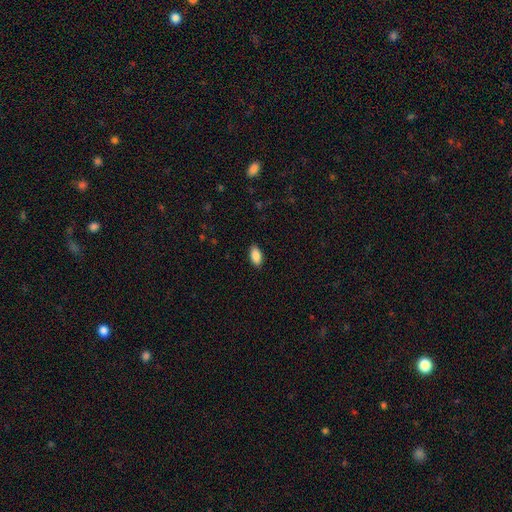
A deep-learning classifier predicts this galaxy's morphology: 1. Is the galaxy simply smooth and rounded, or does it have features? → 89% smooth, 7% star or artifact, 4% featured or disk.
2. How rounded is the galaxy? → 93% in between, 4% cigar-shaped, 3% round.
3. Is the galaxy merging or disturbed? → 89% none, 8% minor disturbance, 2% major disturbance, 1% merger.